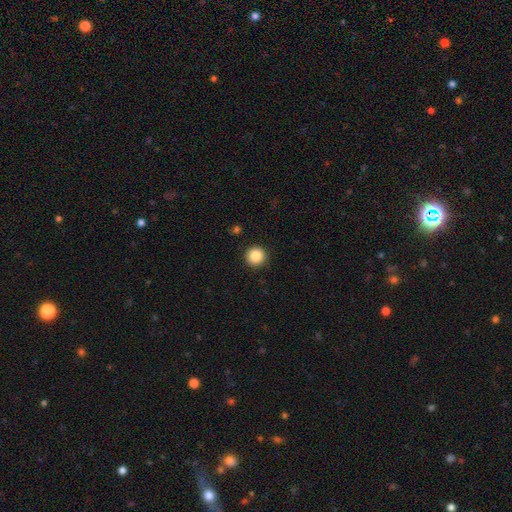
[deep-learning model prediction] A smooth galaxy with no disk features (87%) that is round (96%). Merging: none (92%).